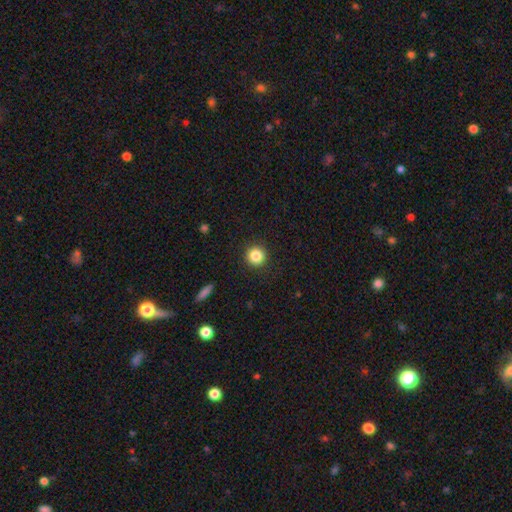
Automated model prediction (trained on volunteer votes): Smooth or featured: smooth — 86% (star or artifact — 10%)
How rounded: round — 94% (in between — 5%)
Merging: none — 91% (minor disturbance — 5%)